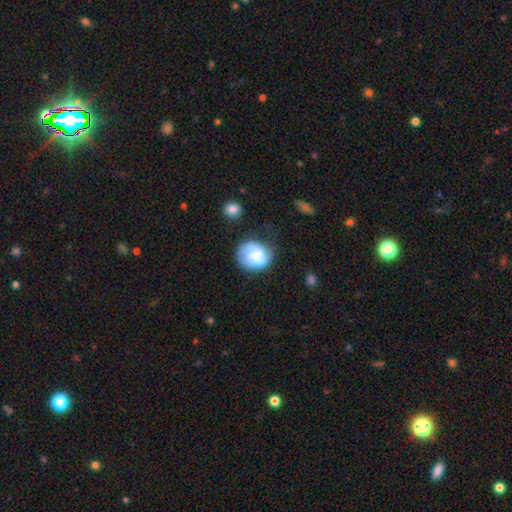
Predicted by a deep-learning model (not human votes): This appears to be a featured or disk galaxy (50%). Merging: none (64%).